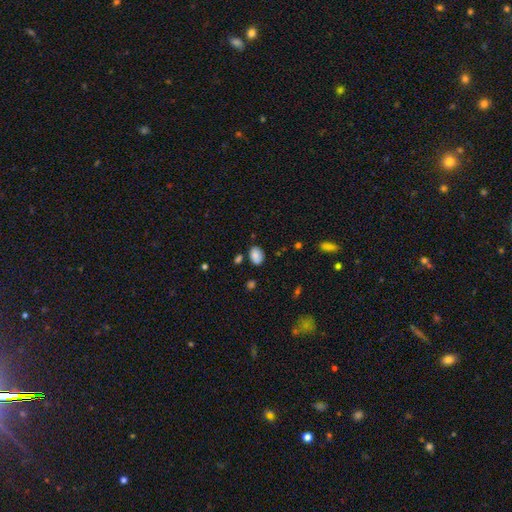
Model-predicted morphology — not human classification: Smooth or featured? smooth (85%)
How rounded? in between (80%)
Merging? none (76%)